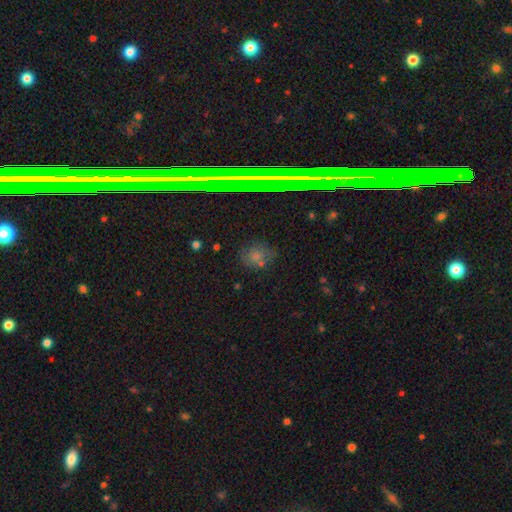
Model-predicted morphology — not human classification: Smooth or featured? Predicted: smooth (p=0.51). How rounded? Predicted: round (p=0.81). Merging? Predicted: none (p=0.82).